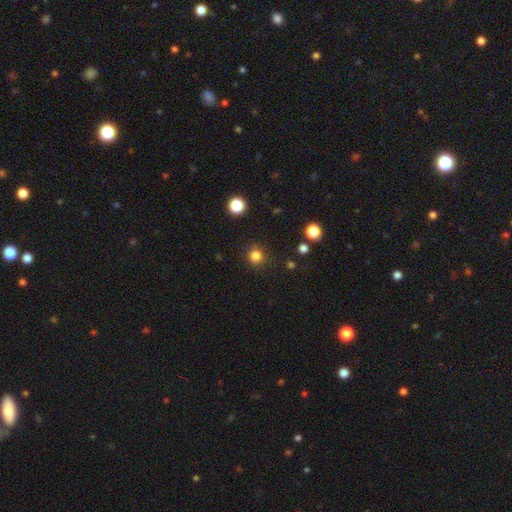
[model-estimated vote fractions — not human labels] Smooth or featured: smooth — 83% (star or artifact — 14%)
How rounded: round — 92% (in between — 7%)
Merging: none — 88% (minor disturbance — 8%)